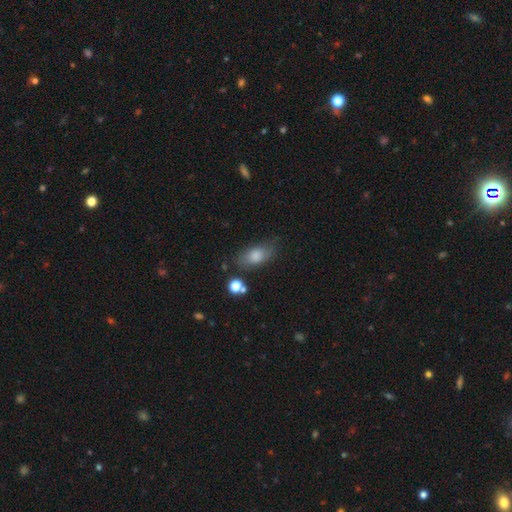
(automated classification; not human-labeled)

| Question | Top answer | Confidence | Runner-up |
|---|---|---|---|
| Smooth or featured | smooth | 79% | featured or disk (12%) |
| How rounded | in between | 85% | cigar-shaped (9%) |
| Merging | none | 70% | minor disturbance (19%) |